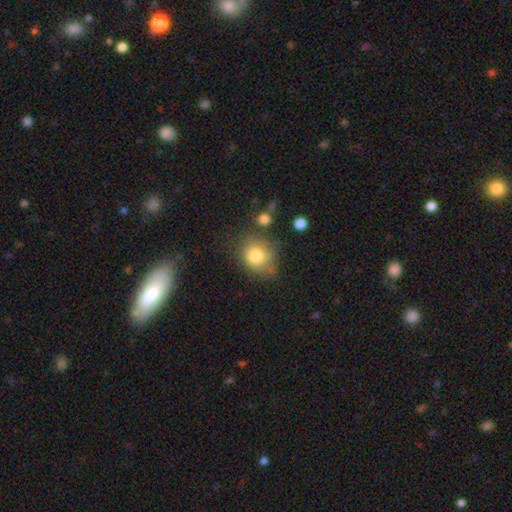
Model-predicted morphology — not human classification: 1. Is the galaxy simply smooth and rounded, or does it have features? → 80% smooth, 10% featured or disk, 10% star or artifact.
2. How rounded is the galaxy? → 68% round, 31% in between, 1% cigar-shaped.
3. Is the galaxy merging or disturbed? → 61% none, 24% minor disturbance, 9% major disturbance, 6% merger.